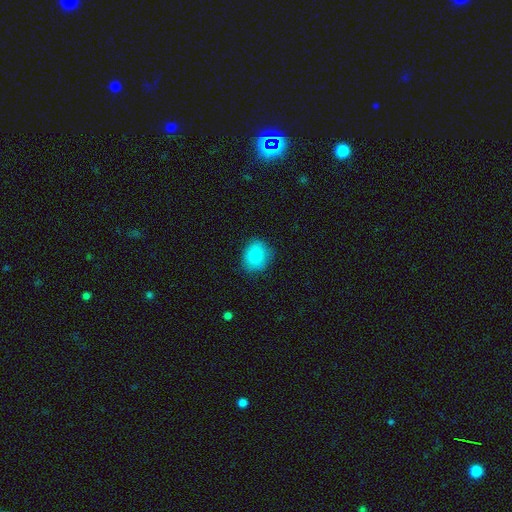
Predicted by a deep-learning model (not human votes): A smooth galaxy with no disk features (81%) that is round (62%). Merging: none (83%).